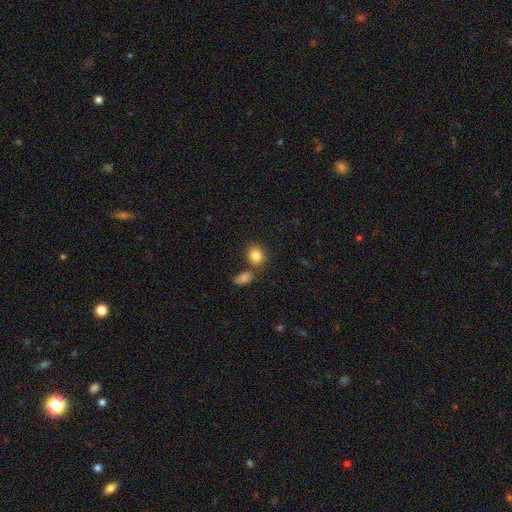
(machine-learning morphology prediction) smooth-or-featured: smooth: 84% | star or artifact: 9% | featured or disk: 7%
  how-rounded: round: 68% | in between: 31% | cigar-shaped: 1%
  merging: none: 67% | merger: 18% | minor disturbance: 11% | major disturbance: 4%